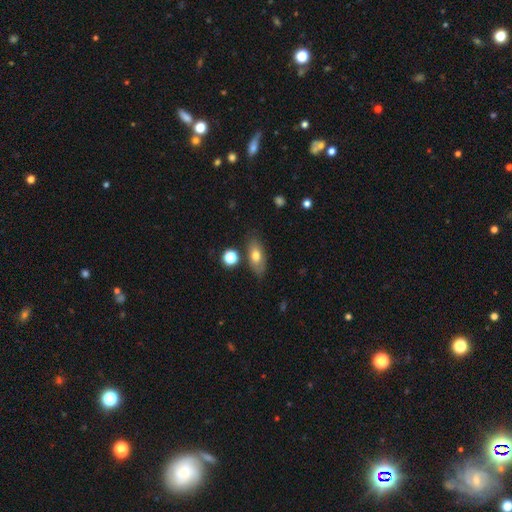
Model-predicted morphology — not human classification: Smooth or featured? smooth (69%)
How rounded? in between (80%)
Merging? none (77%)